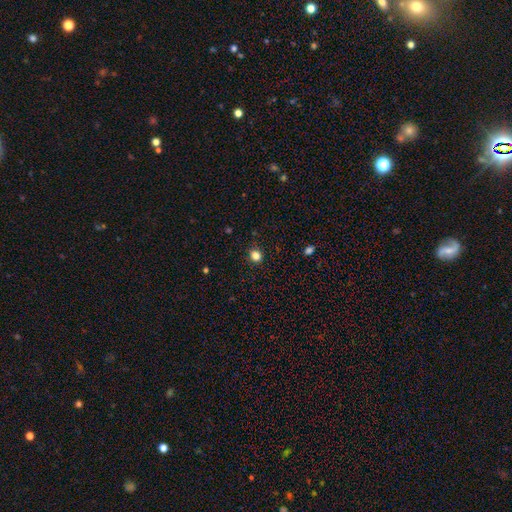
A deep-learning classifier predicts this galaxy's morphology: Smooth or featured? smooth (83%)
How rounded? round (82%)
Merging? none (90%)